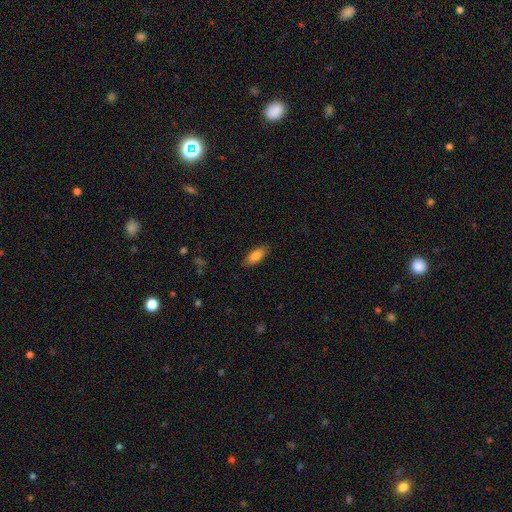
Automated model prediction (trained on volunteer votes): Smooth or featured? smooth (82%)
How rounded? in between (80%)
Merging? none (86%)